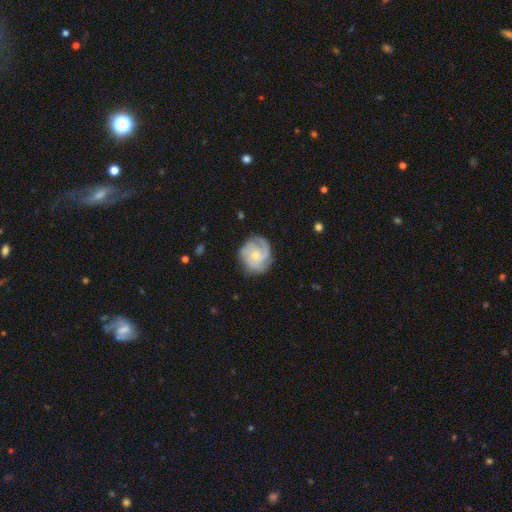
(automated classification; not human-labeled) Q: Smooth or featured?
A: featured or disk (85%); runner-up: smooth (10%)
Q: Edge-on disk?
A: no (98%); runner-up: yes (2%)
Q: Bar?
A: no (72%); runner-up: weak (24%)
Q: Spiral arms?
A: yes (97%); runner-up: no (3%)
Q: Spiral winding?
A: tight (57%); runner-up: medium (35%)
Q: Spiral arm count?
A: 3 (53%); runner-up: 2 (18%)
Q: Bulge size?
A: small (59%); runner-up: moderate (37%)
Q: Merging?
A: none (76%); runner-up: minor disturbance (17%)